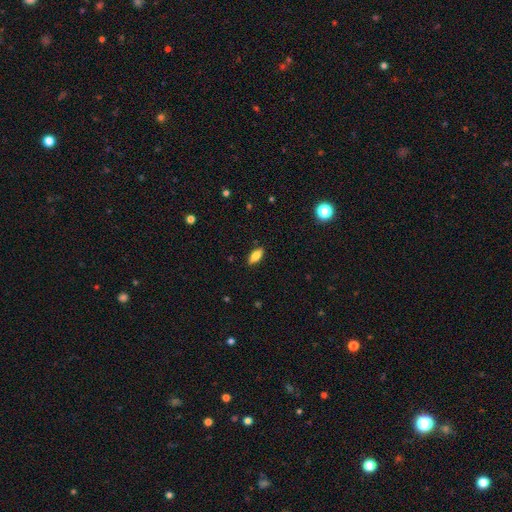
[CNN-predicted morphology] smooth-or-featured: smooth: 76% | featured or disk: 16% | star or artifact: 8%
  how-rounded: in between: 77% | cigar-shaped: 20% | round: 3%
  merging: none: 89% | minor disturbance: 8% | major disturbance: 2% | merger: 1%